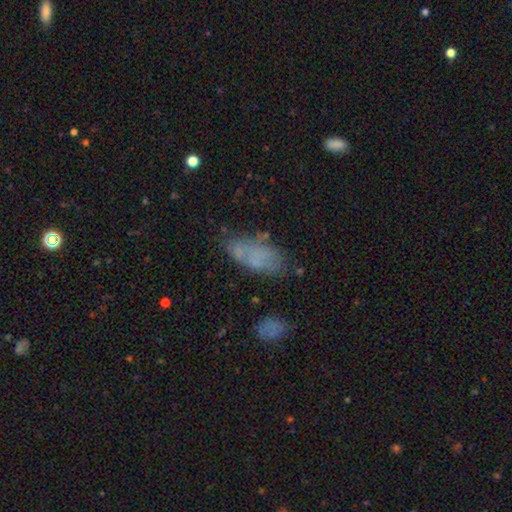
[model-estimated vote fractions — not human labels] The model was most divided on "merging": none: 56%, minor disturbance: 24%, major disturbance: 11%, merger: 8%. More confident: how rounded — in between (83%); smooth or featured — smooth (60%).